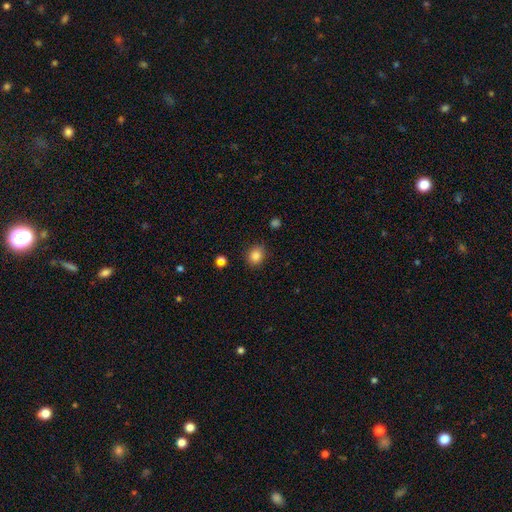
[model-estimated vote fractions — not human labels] The model was most divided on "how rounded": round: 68%, in between: 31%, cigar-shaped: 1%. More confident: smooth or featured — smooth (85%); merging — none (84%).